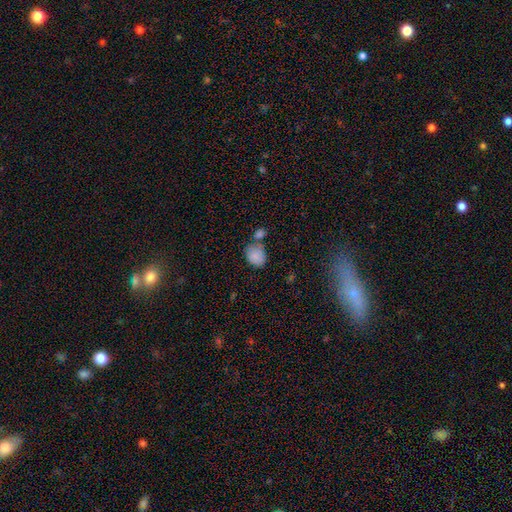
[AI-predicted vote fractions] A smooth galaxy with no disk features (85%) that is in between round and cigar-shaped (52%).

Vote fractions:
- Smooth or featured? smooth: 85% / star or artifact: 8% / featured or disk: 7%
- How rounded? in between: 52% / round: 47% / cigar-shaped: 1%
- Merging? none: 47% / merger: 30% / minor disturbance: 17% / major disturbance: 6%